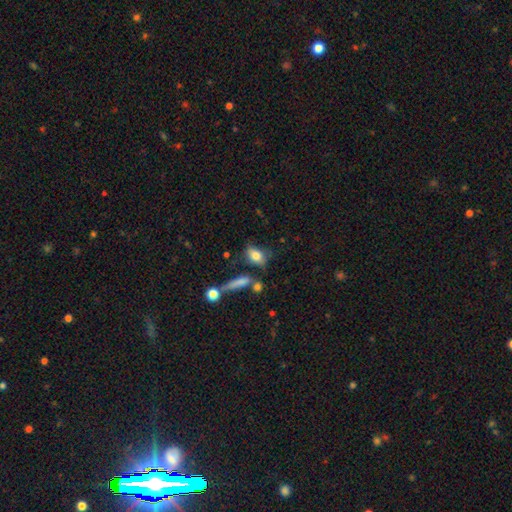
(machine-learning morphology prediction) A smooth galaxy with no disk features (79%) that is in between round and cigar-shaped (77%). Merging: none (58%).